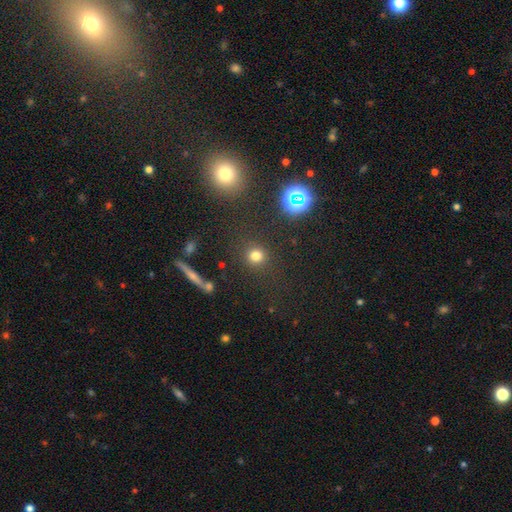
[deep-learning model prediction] smooth 75%, star or artifact 19%, featured or disk 6%. Down the decision tree: how rounded — round (91%); merging — none (87%).